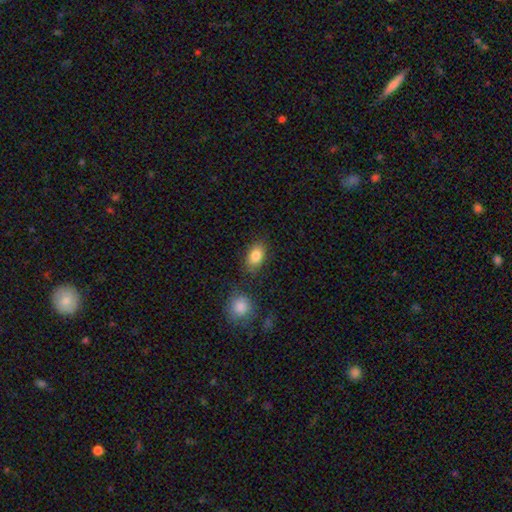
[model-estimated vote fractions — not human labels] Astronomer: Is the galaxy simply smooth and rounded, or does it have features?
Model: smooth — 84%.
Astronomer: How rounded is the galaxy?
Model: in between — 87%.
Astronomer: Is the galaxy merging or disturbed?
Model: none — 78%.